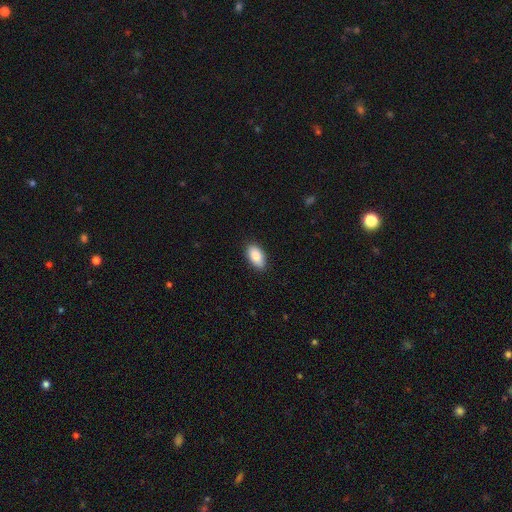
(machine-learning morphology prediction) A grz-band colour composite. It shows a smooth galaxy with no disk features (87%) that is in between round and cigar-shaped (94%). Merging: none (88%).